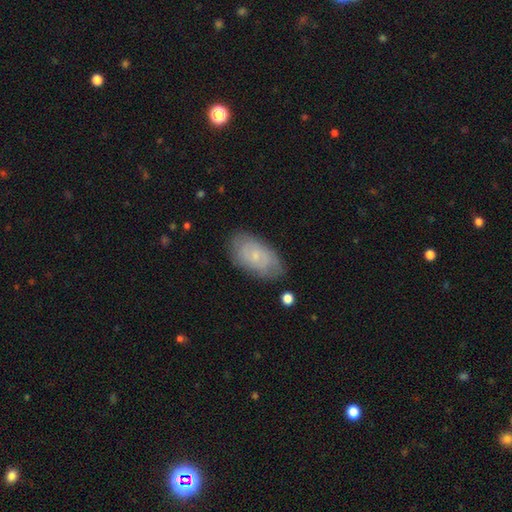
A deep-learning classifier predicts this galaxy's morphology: Smooth or featured? featured or disk (54%)
Edge-on disk? no (94%)
Bar? no (67%)
Spiral arms? yes (78%)
Bulge size? small (77%)
Merging? none (75%)